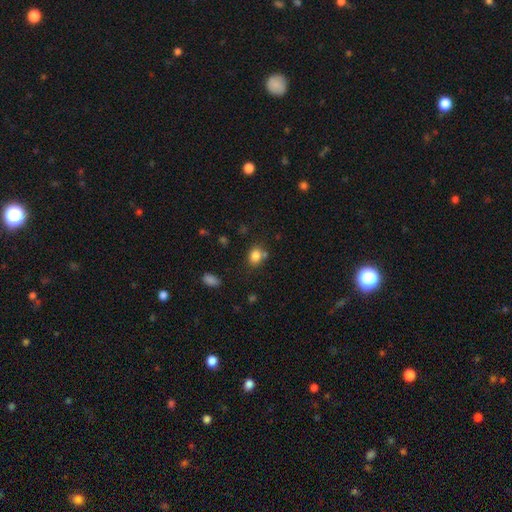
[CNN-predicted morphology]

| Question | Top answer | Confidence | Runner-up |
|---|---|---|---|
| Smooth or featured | smooth | 82% | star or artifact (11%) |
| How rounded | in between | 52% | round (47%) |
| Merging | none | 63% | merger (17%) |